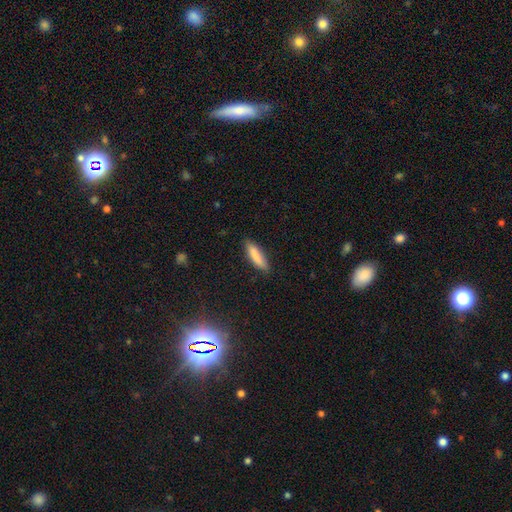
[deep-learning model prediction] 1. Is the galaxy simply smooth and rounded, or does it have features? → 84% smooth, 10% featured or disk, 6% star or artifact.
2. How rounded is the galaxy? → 68% cigar-shaped, 30% in between, 1% round.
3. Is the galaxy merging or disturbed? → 84% none, 12% minor disturbance, 2% major disturbance, 1% merger.